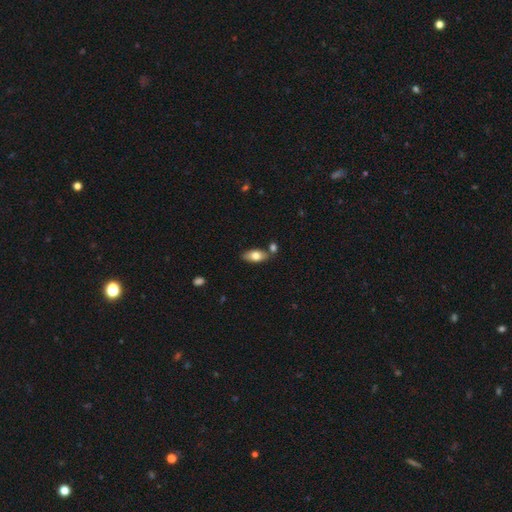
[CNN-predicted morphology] This is likely a smooth galaxy (73%). How rounded: clearly in between (88%). Merging: likely none (75%).